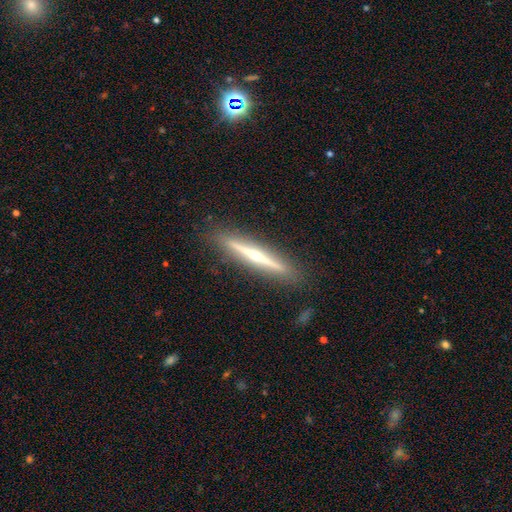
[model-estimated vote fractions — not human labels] Smooth or featured? Predicted: featured or disk (p=0.79). Edge-on disk? Predicted: yes (p=0.97). Edge-on bulge? Predicted: rounded (p=0.85). Merging? Predicted: none (p=0.90).